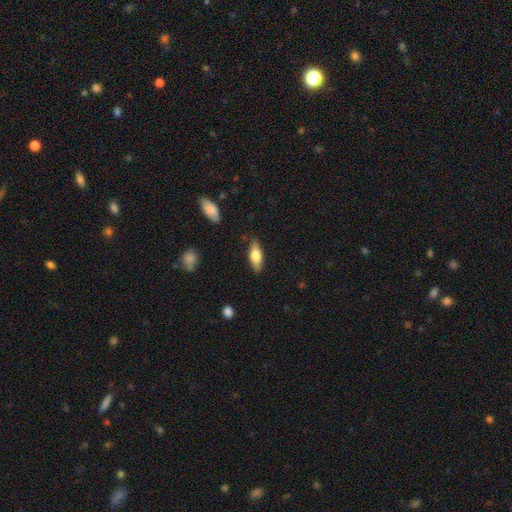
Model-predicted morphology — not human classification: Smooth or featured: smooth — 58% (featured or disk — 36%)
How rounded: in between — 64% (cigar-shaped — 33%)
Merging: none — 85% (minor disturbance — 11%)